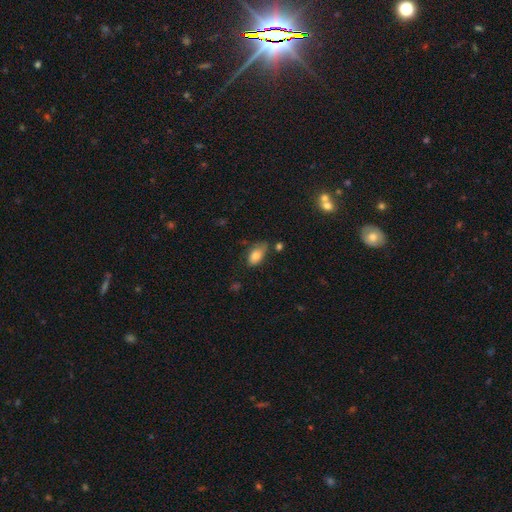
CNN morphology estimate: The model was most divided on "merging": none: 54%, minor disturbance: 31%, major disturbance: 9%, merger: 6%. More confident: how rounded — in between (92%); smooth or featured — smooth (80%).